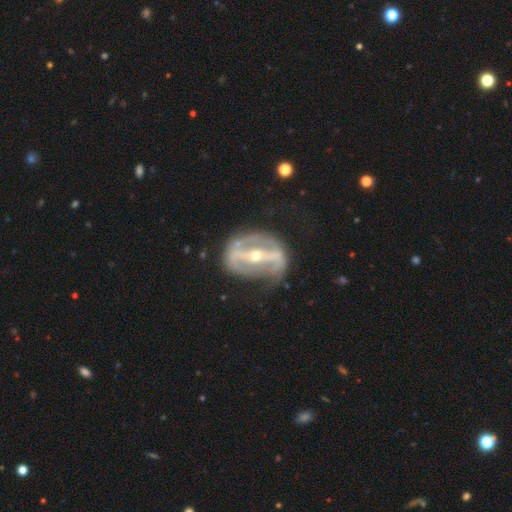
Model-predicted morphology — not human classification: type=featured or disk (86%); edge-on=no (89%); bar=strong (81%); spiral arms=yes (58%); bulge=small (54%); merging=none (62%).